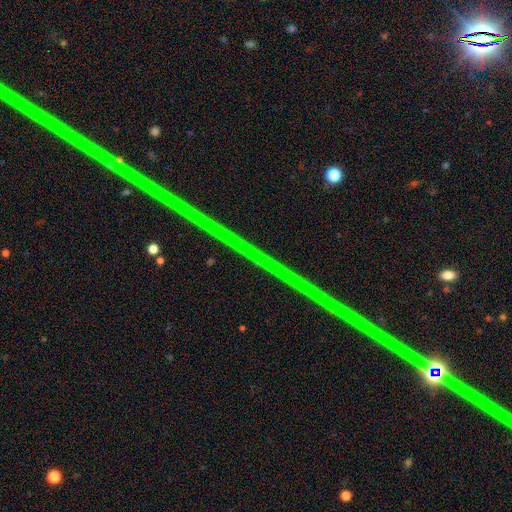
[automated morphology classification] smooth-or-featured: star or artifact: 85% | featured or disk: 10% | smooth: 5%